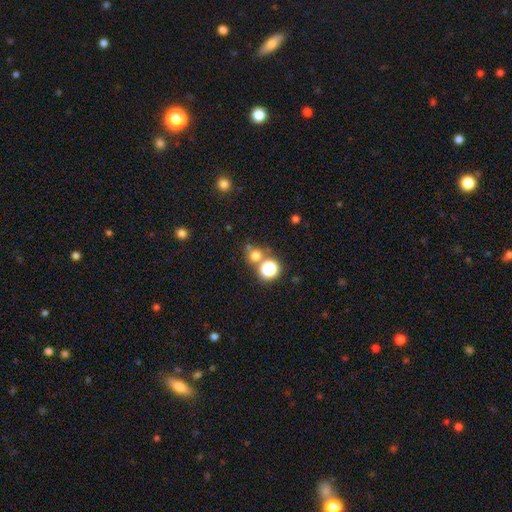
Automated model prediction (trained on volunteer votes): smooth-or-featured: smooth: 67% | star or artifact: 25% | featured or disk: 8%
  how-rounded: round: 87% | in between: 12% | cigar-shaped: 1%
  merging: none: 63% | merger: 25% | minor disturbance: 8% | major disturbance: 4%